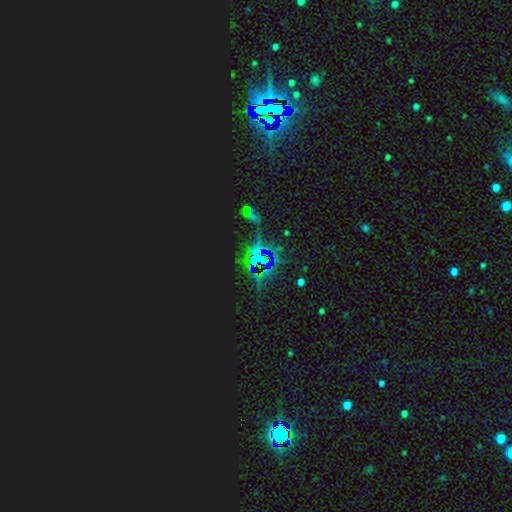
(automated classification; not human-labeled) This is clearly a star or artifact rather than a galaxy (83%).